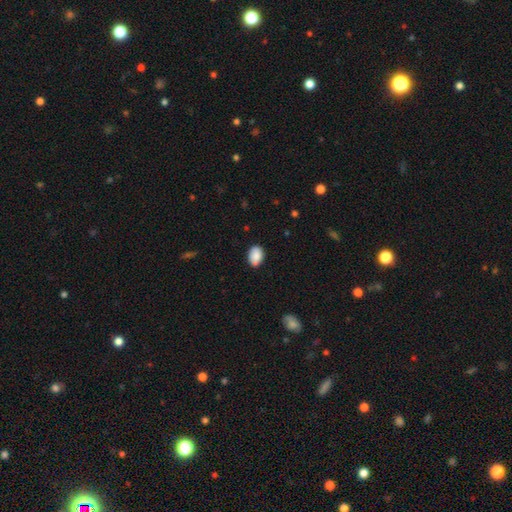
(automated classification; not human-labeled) Q: Smooth or featured?
A: smooth (88%); runner-up: star or artifact (7%)
Q: How rounded?
A: in between (85%); runner-up: round (14%)
Q: Merging?
A: none (83%); runner-up: minor disturbance (14%)